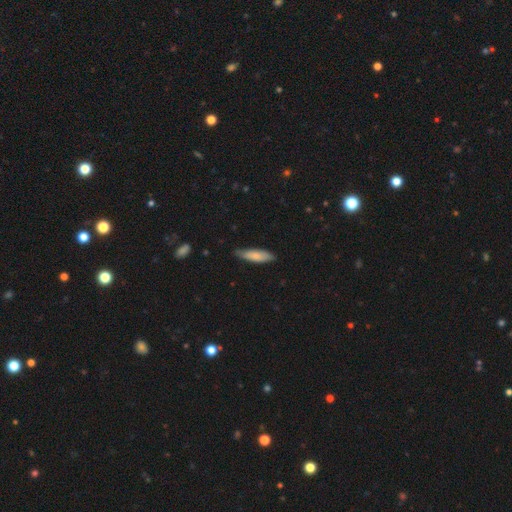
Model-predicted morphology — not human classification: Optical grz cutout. It shows a smooth galaxy with no disk features (77%) that is cigar-shaped (62%). Merging: none (77%).